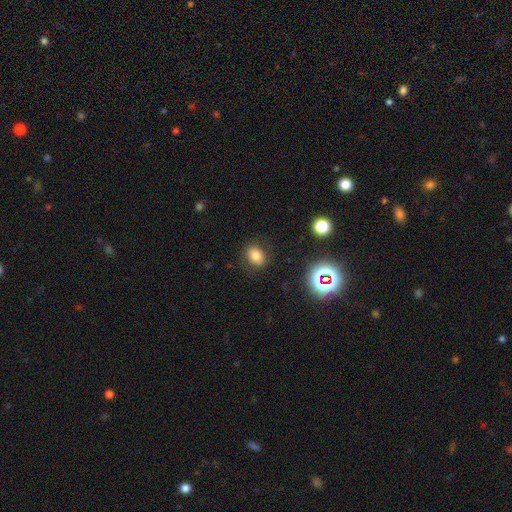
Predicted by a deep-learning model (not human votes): Smooth or featured?
  - smooth: 77% *
  - star or artifact: 15%
  - featured or disk: 8%
How rounded?
  - in between: 61% *
  - round: 38%
  - cigar-shaped: 1%
Merging?
  - none: 84% *
  - minor disturbance: 11%
  - major disturbance: 4%
  - merger: 1%